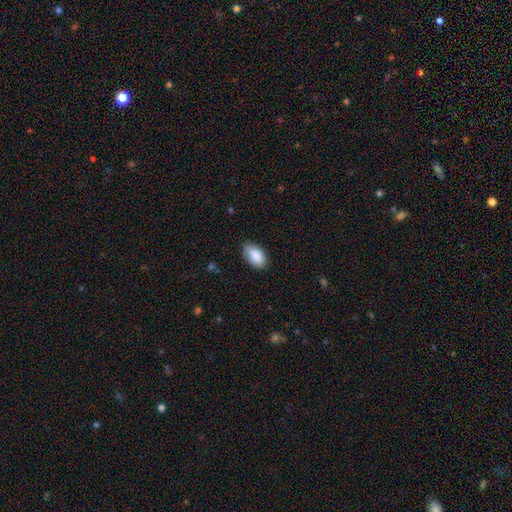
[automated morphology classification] smooth-or-featured: smooth: 89% | star or artifact: 6% | featured or disk: 5%
  how-rounded: in between: 95% | round: 3% | cigar-shaped: 2%
  merging: none: 82% | minor disturbance: 14% | major disturbance: 3% | merger: 1%